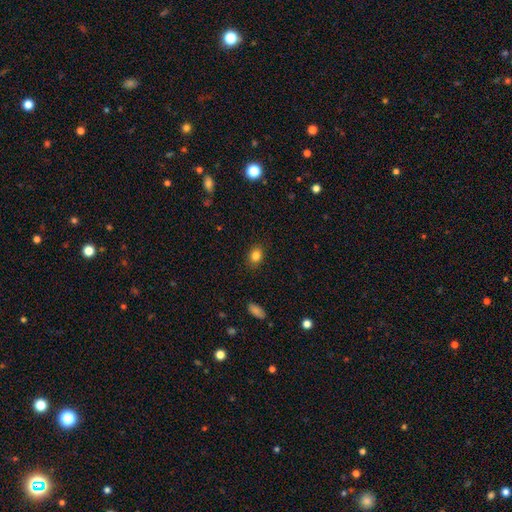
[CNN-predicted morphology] Smooth or featured? smooth (83%)
How rounded? in between (67%)
Merging? none (87%)